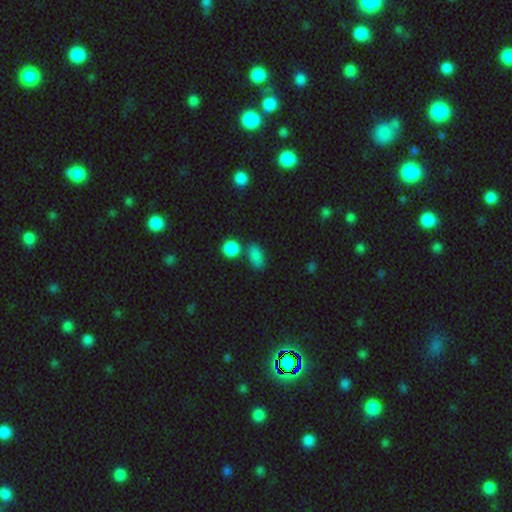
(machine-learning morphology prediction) smooth 82%, star or artifact 12%, featured or disk 5%. Down the decision tree: how rounded — in between (83%); merging — none (61%).